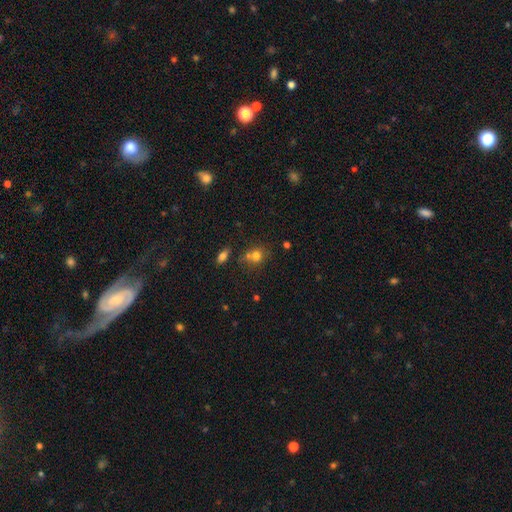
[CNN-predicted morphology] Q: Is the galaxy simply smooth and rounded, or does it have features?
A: smooth — 73%.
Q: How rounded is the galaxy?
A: round — 70%.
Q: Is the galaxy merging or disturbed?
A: none — 47%.